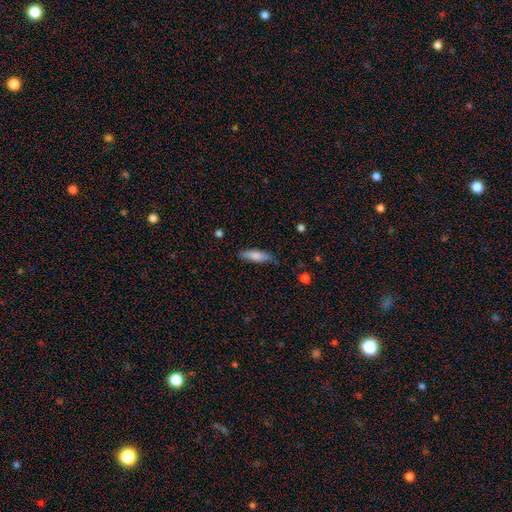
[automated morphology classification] This appears to be a smooth galaxy with no disk features (79%) that is cigar-shaped (54%). Merging: none (80%).